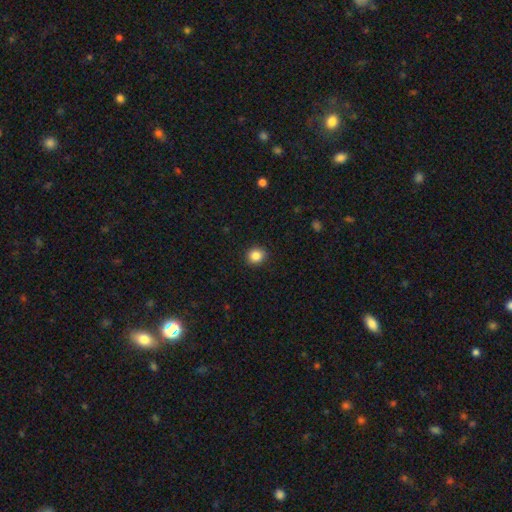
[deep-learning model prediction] Smooth or featured: smooth — 86% (star or artifact — 10%)
How rounded: round — 82% (in between — 17%)
Merging: none — 91% (minor disturbance — 6%)